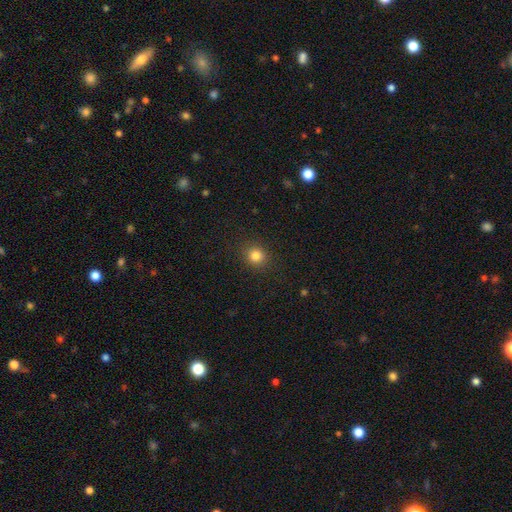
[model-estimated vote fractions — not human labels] A smooth galaxy with no disk features (82%) that is round (85%). Merging: none (90%).